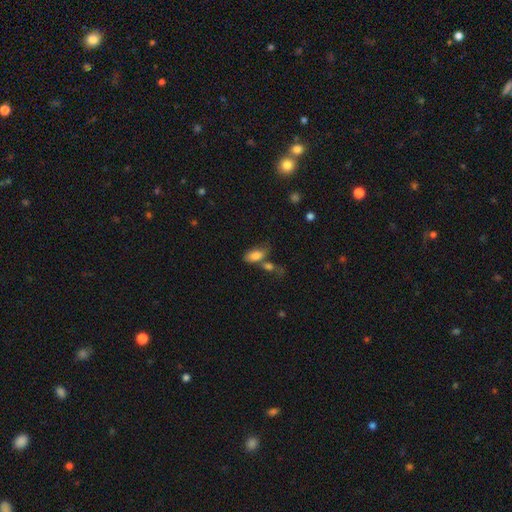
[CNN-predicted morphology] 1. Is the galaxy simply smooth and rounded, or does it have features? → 80% smooth, 12% featured or disk, 9% star or artifact.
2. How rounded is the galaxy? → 89% in between, 6% cigar-shaped, 5% round.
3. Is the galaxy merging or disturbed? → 40% none, 32% merger, 18% minor disturbance, 10% major disturbance.